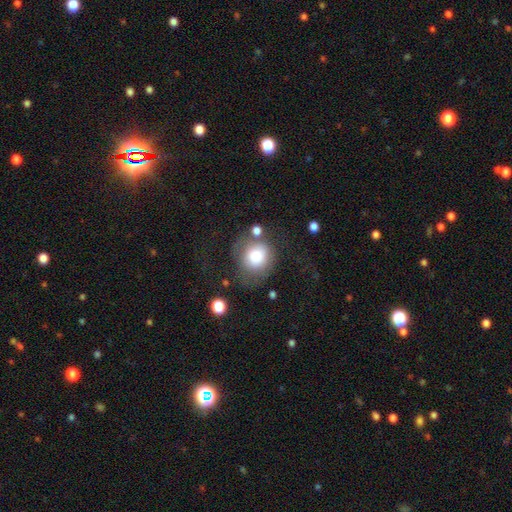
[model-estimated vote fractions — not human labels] smooth-or-featured: smooth: 77% | featured or disk: 15% | star or artifact: 9%
  how-rounded: round: 77% | in between: 22% | cigar-shaped: 1%
  merging: none: 50% | minor disturbance: 23% | major disturbance: 18% | merger: 9%